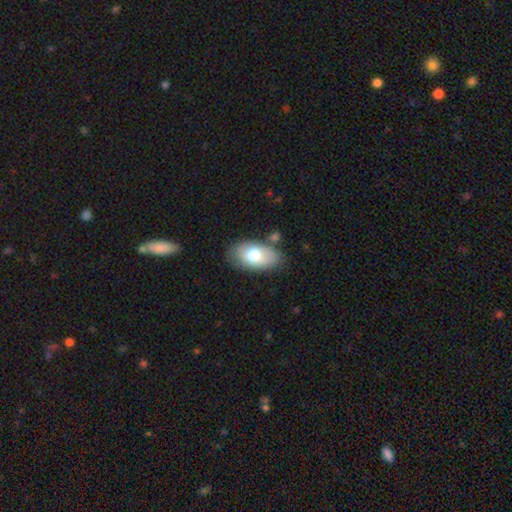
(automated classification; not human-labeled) Smooth or featured? smooth (70%)
How rounded? in between (93%)
Merging? none (72%)